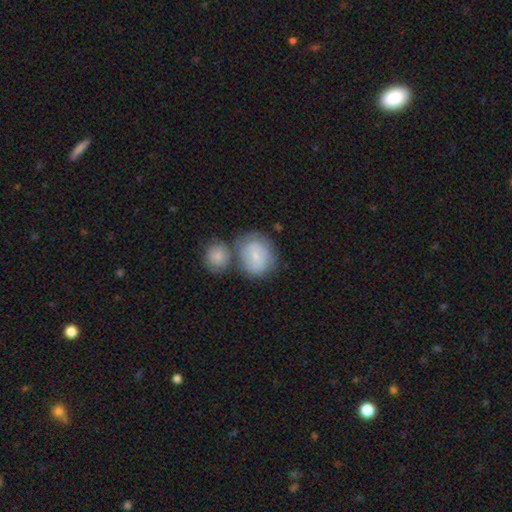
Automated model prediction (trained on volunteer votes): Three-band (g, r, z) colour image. It shows a smooth galaxy with no disk features (61%) that is round (65%). Merging: none (43%).